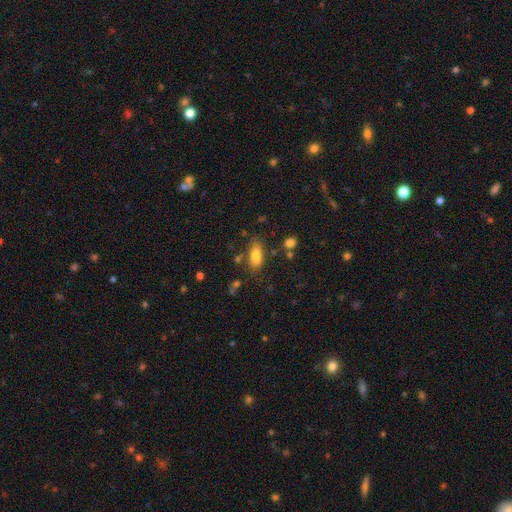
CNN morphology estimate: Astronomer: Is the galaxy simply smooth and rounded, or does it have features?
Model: smooth — 79%.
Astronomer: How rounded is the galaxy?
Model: in between — 84%.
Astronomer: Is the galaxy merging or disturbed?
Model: none — 73%.